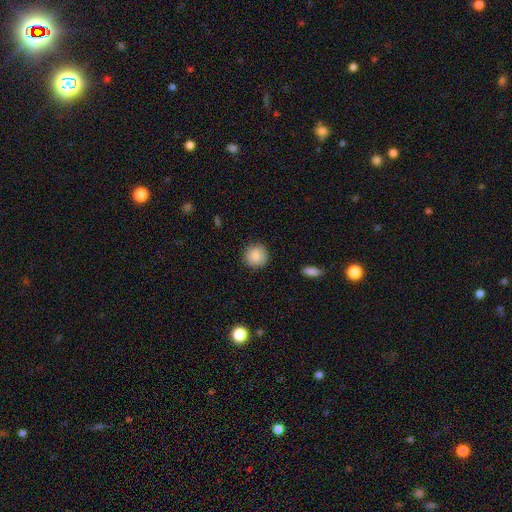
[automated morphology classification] Smooth or featured? smooth (87%)
How rounded? round (92%)
Merging? none (88%)